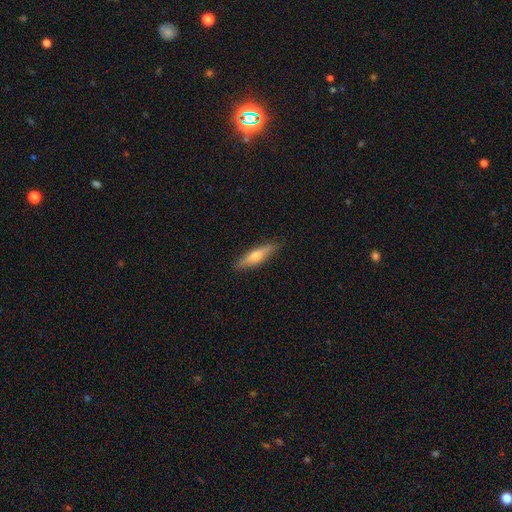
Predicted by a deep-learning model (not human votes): smooth_or_featured: smooth (p=0.50) [alt: featured or disk p=0.44]
merging: none (p=0.89) [alt: minor disturbance p=0.08]